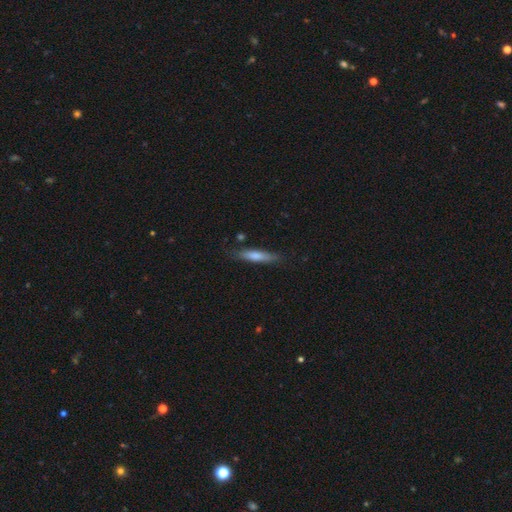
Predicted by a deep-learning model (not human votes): Morphology: type=smooth (70%); roundness=cigar-shaped (83%); merging=none (79%).